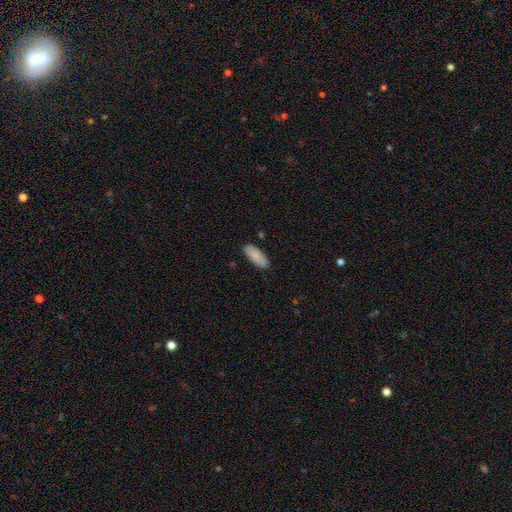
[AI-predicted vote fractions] The model was most divided on "how rounded": in between: 83%, cigar-shaped: 15%, round: 2%. More confident: smooth or featured — smooth (85%); merging — none (84%).